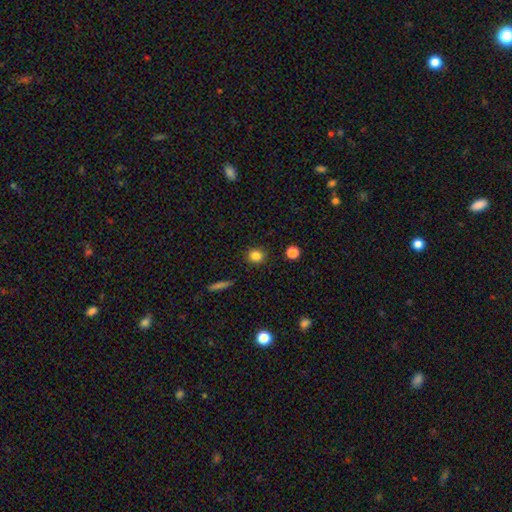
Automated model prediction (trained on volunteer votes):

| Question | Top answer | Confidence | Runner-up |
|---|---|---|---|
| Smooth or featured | smooth | 83% | star or artifact (11%) |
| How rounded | round | 83% | in between (15%) |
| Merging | none | 90% | minor disturbance (6%) |